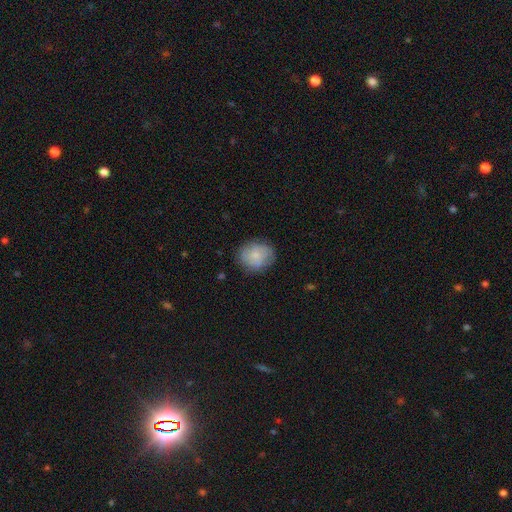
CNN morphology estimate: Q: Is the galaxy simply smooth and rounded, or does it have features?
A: smooth — 72%.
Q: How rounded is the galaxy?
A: round — 72%.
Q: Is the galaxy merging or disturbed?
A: none — 76%.